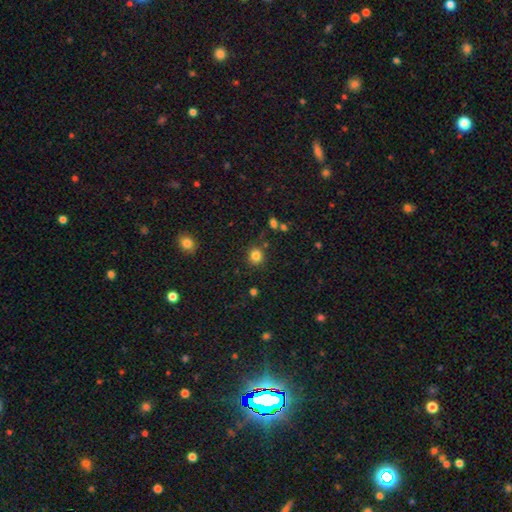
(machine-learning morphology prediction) Overall: smooth (83%). How rounded: round (88%). Merging: none (84%).